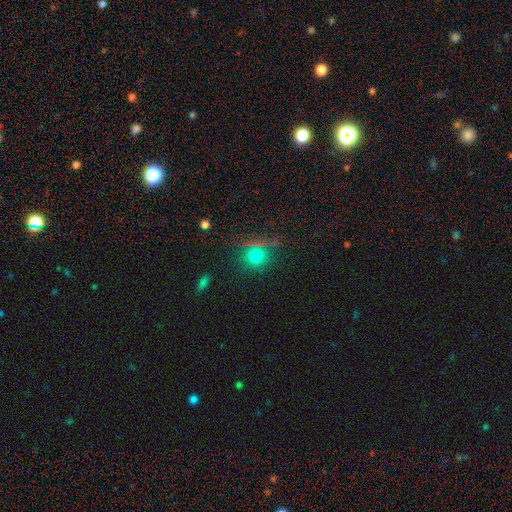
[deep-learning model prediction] Smooth or featured: smooth — 70% (star or artifact — 22%)
How rounded: round — 89% (in between — 9%)
Merging: none — 81% (minor disturbance — 10%)